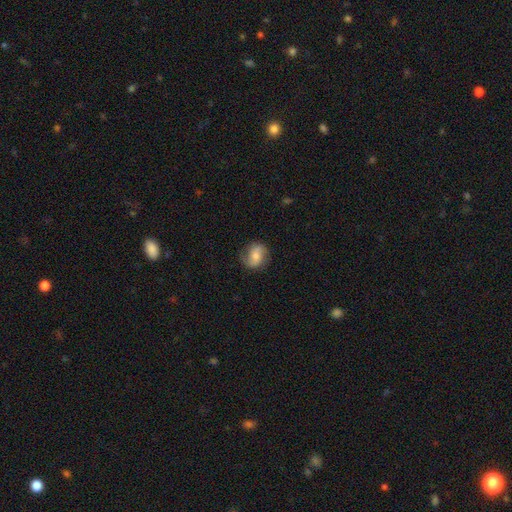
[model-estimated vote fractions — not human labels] Overall: smooth (48%; featured or disk 44%). Merging: none (73%).